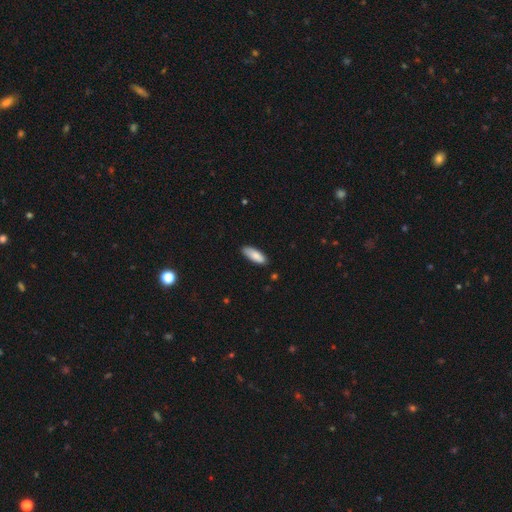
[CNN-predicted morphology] Smooth or featured: smooth — 86% (featured or disk — 8%)
How rounded: in between — 66% (cigar-shaped — 32%)
Merging: none — 81% (minor disturbance — 16%)